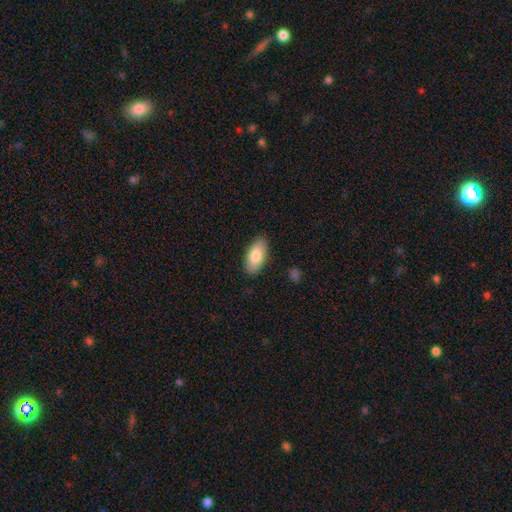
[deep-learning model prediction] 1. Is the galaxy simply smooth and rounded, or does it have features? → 82% smooth, 12% featured or disk, 6% star or artifact.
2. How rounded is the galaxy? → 93% in between, 5% cigar-shaped, 2% round.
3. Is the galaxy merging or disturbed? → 87% none, 10% minor disturbance, 2% major disturbance, 1% merger.